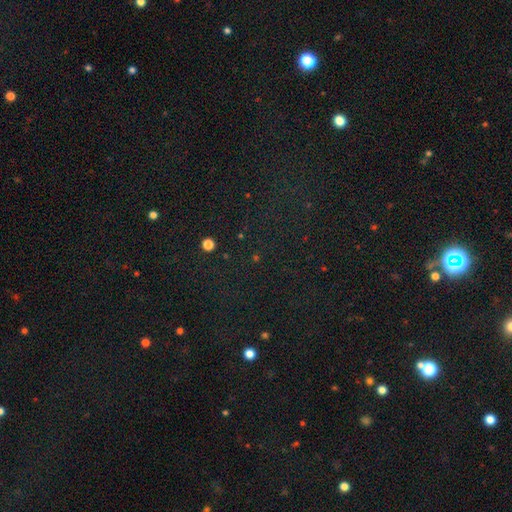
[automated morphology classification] Overall: star or artifact (73%).